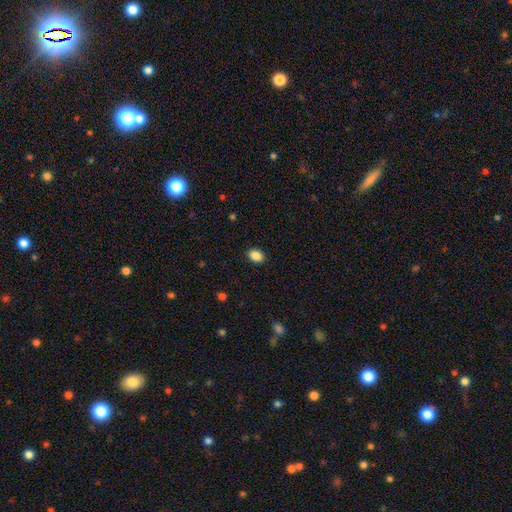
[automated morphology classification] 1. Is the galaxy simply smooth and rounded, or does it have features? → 88% smooth, 9% star or artifact, 4% featured or disk.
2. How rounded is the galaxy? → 79% in between, 20% round, 1% cigar-shaped.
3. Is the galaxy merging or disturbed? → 89% none, 8% minor disturbance, 2% major disturbance, 1% merger.